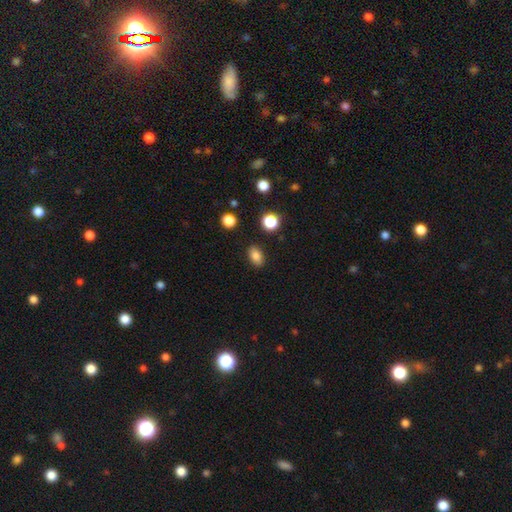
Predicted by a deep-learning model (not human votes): Morphology: type=smooth (84%); roundness=in between (82%); merging=none (86%).